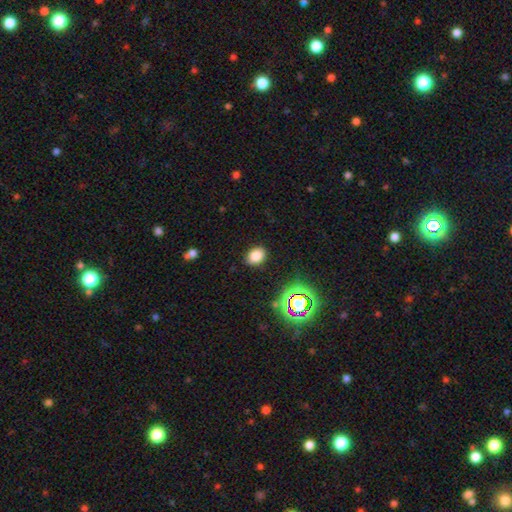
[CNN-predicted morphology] This appears to be a smooth galaxy with no disk features (80%) that is in between round and cigar-shaped (71%). Merging: none (86%).